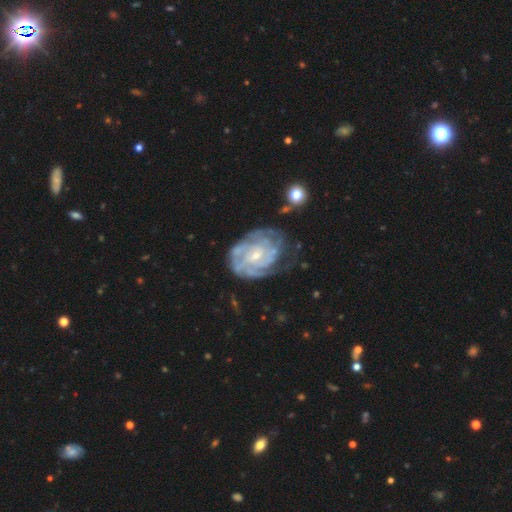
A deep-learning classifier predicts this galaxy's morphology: Q: Smooth or featured?
A: featured or disk (85%); runner-up: smooth (9%)
Q: Edge-on disk?
A: no (97%); runner-up: yes (3%)
Q: Bar?
A: no (58%); runner-up: weak (35%)
Q: Spiral arms?
A: yes (94%); runner-up: no (6%)
Q: Spiral winding?
A: tight (69%); runner-up: medium (25%)
Q: Spiral arm count?
A: can't tell (42%); runner-up: 4 (16%)
Q: Bulge size?
A: small (69%); runner-up: moderate (26%)
Q: Merging?
A: none (59%); runner-up: minor disturbance (25%)